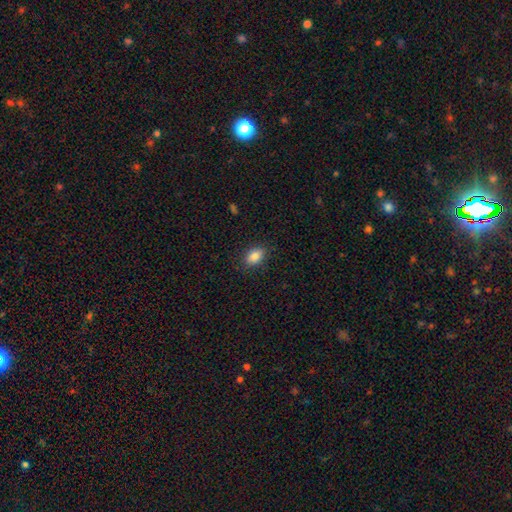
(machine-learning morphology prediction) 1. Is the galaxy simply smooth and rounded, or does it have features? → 86% smooth, 9% star or artifact, 5% featured or disk.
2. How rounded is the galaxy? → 83% in between, 15% round, 2% cigar-shaped.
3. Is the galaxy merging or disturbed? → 87% none, 10% minor disturbance, 3% major disturbance, 1% merger.